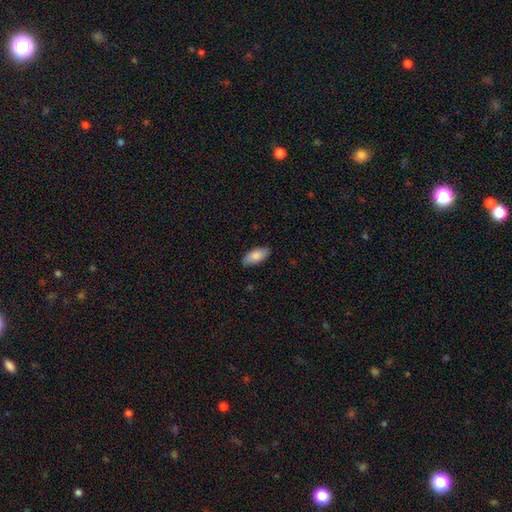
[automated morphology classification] A smooth galaxy with no disk features (84%) that is in between round and cigar-shaped (90%). Merging: none (86%).